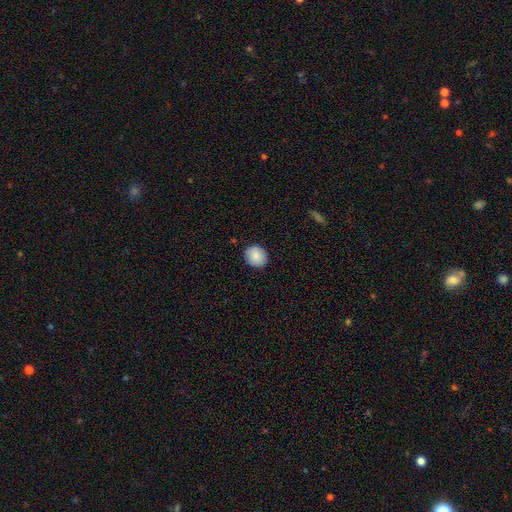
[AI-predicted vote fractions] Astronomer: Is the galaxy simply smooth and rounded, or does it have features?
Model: smooth — 88%.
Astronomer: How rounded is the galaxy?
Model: round — 74%.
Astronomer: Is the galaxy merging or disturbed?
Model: none — 89%.